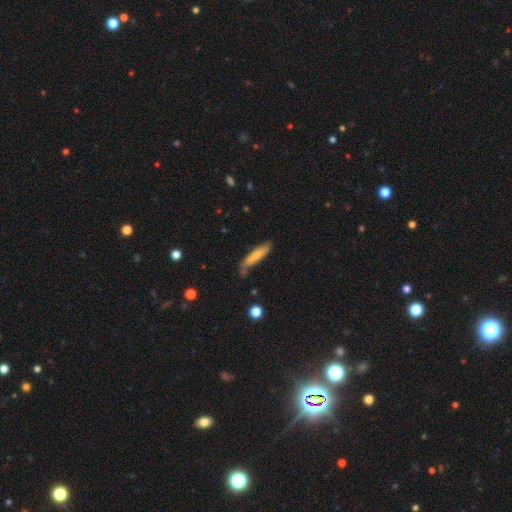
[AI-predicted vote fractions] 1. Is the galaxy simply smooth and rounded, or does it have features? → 70% smooth, 24% featured or disk, 6% star or artifact.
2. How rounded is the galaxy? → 84% cigar-shaped, 15% in between, 1% round.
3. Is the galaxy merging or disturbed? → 65% none, 25% minor disturbance, 5% major disturbance, 5% merger.